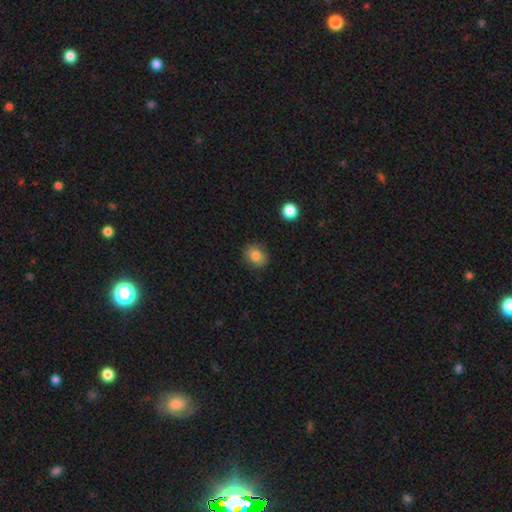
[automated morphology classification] A smooth galaxy with no disk features (82%) that is round (55%). Merging: none (87%).